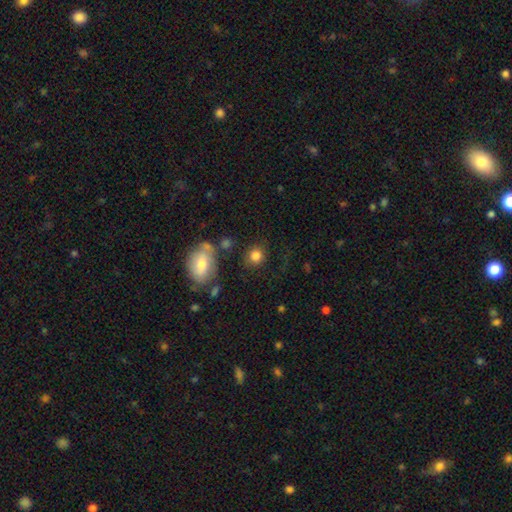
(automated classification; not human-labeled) Smooth or featured? Predicted: smooth (p=0.83). How rounded? Predicted: round (p=0.80). Merging? Predicted: none (p=0.77).